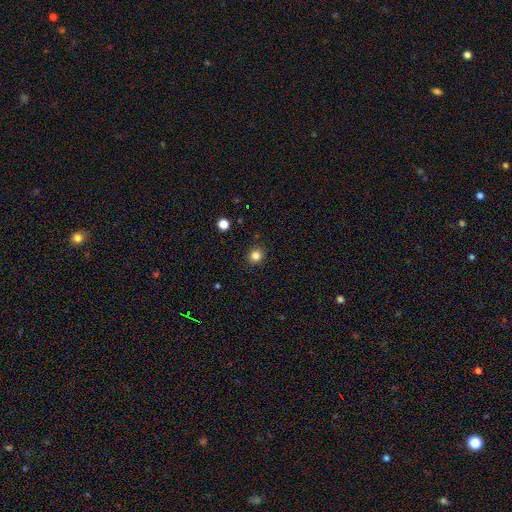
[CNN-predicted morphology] Smooth or featured?
  - smooth: 82% *
  - star or artifact: 13%
  - featured or disk: 5%
How rounded?
  - round: 87% *
  - in between: 12%
  - cigar-shaped: 1%
Merging?
  - none: 90% *
  - minor disturbance: 7%
  - major disturbance: 2%
  - merger: 1%